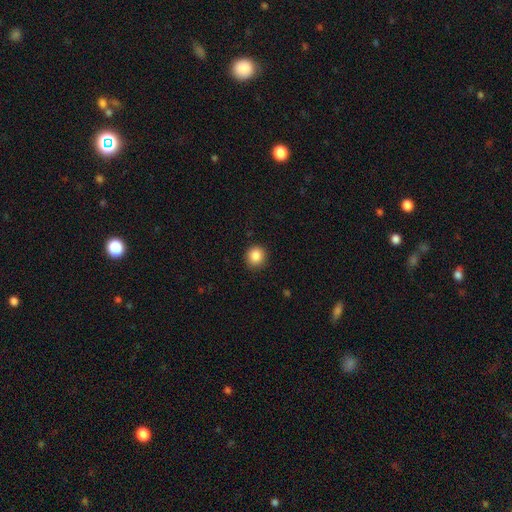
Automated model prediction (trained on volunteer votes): A smooth galaxy with no disk features (87%) that is round (90%).

Vote fractions:
- Smooth or featured? smooth: 87% / star or artifact: 9% / featured or disk: 4%
- How rounded? round: 90% / in between: 9% / cigar-shaped: 1%
- Merging? none: 90% / minor disturbance: 7% / major disturbance: 2% / merger: 1%